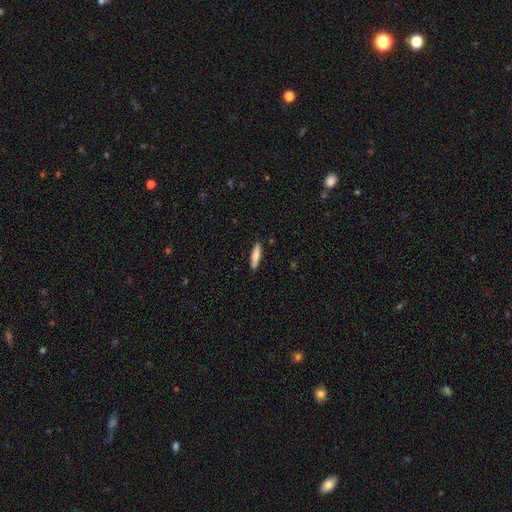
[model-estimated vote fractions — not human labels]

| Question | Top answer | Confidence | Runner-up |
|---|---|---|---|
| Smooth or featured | smooth | 81% | featured or disk (13%) |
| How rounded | cigar-shaped | 76% | in between (23%) |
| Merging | none | 88% | minor disturbance (9%) |